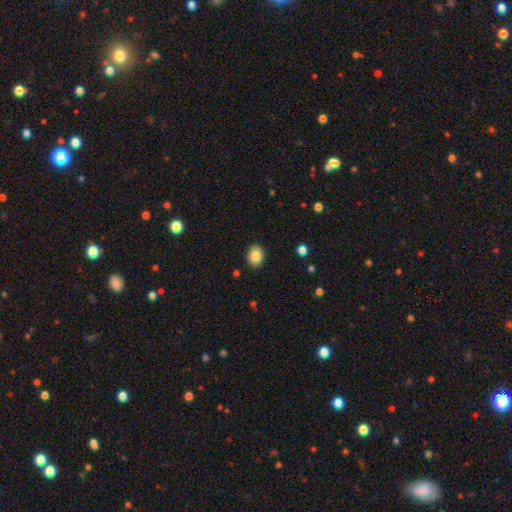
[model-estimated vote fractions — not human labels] Morphology: type=smooth (84%); roundness=in between (61%); merging=none (89%).